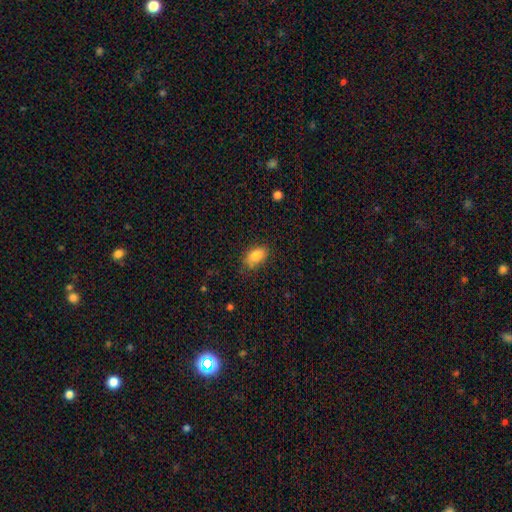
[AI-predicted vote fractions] A smooth galaxy with no disk features (84%) that is in between round and cigar-shaped (89%).

Vote fractions:
- Smooth or featured? smooth: 84% / star or artifact: 8% / featured or disk: 8%
- How rounded? in between: 89% / round: 9% / cigar-shaped: 3%
- Merging? none: 74% / minor disturbance: 20% / major disturbance: 4% / merger: 2%